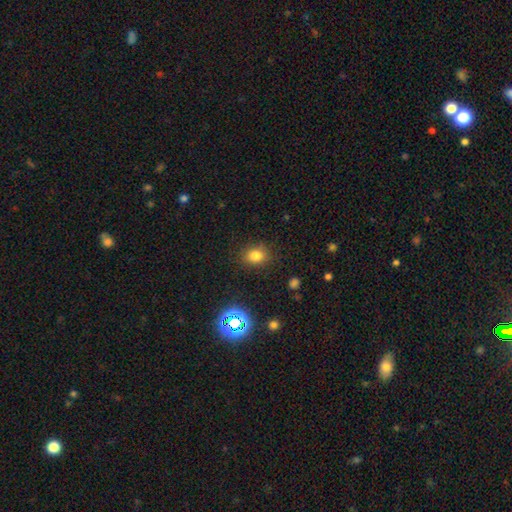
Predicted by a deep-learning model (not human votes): This is likely a smooth galaxy (77%). How rounded: possibly round (50%). Merging: clearly none (84%).